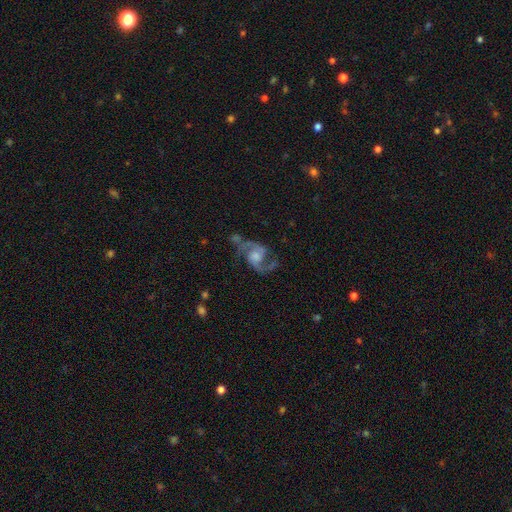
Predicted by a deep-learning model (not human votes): A featured or disk galaxy (88%) with no bar (61%), 2 (93%) medium (46%, tied with loose) spiral arms (97%) and a moderate central bulge (39%).

Vote fractions:
- Smooth or featured? featured or disk: 88% / smooth: 6% / star or artifact: 6%
- Edge-on disk? no: 98% / yes: 2%
- Bar? no: 61% / weak: 32% / strong: 7%
- Spiral arms? yes: 97% / no: 3%
- Spiral winding? medium: 46% (tied) / loose: 46% (tied) / tight: 9%
- Spiral arm count? 2: 93% / 1: 2% / can't tell: 2% / 3: 1% / 4: 1% / more than 4: 1%
- Bulge size? moderate: 39% / small: 28% / large: 17% / none: 14% / dominant: 2%
- Merging? none: 59% / minor disturbance: 19% / major disturbance: 15% / merger: 7%